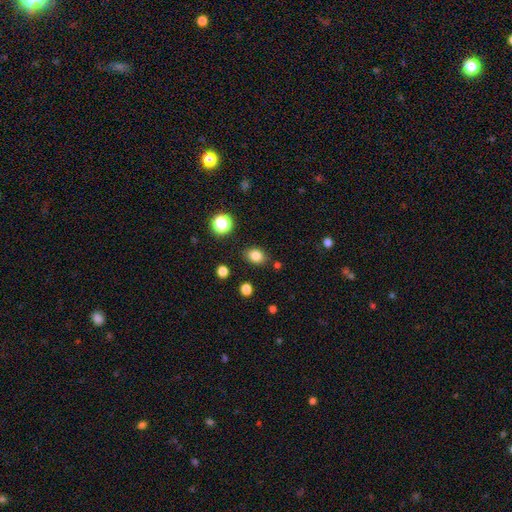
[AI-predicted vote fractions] Smooth or featured? smooth (82%)
How rounded? in between (61%)
Merging? none (83%)